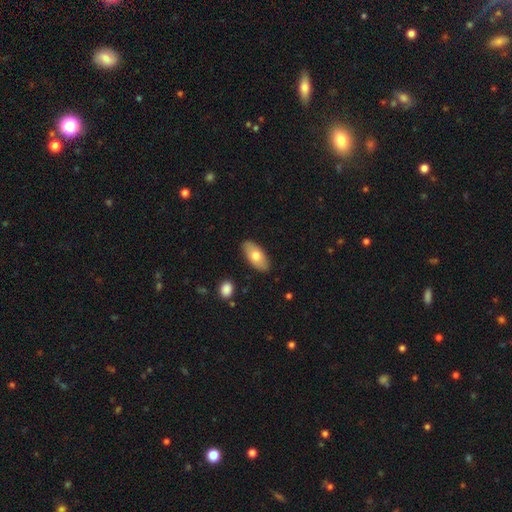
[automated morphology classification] This is likely a smooth galaxy (70%). How rounded: clearly in between (90%). Merging: clearly none (87%).